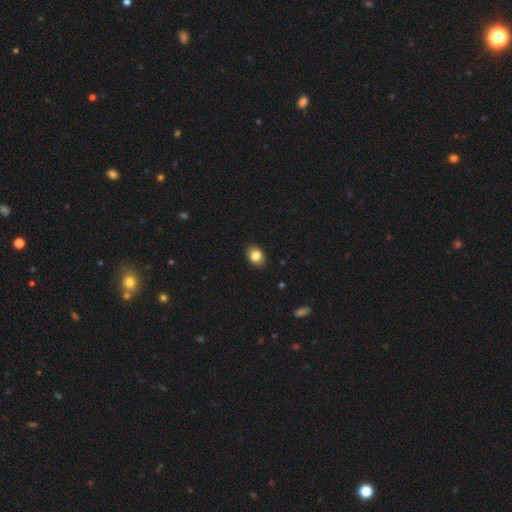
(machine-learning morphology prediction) Overall: smooth (84%). How rounded: in between (63%; round 36%). Merging: none (89%).